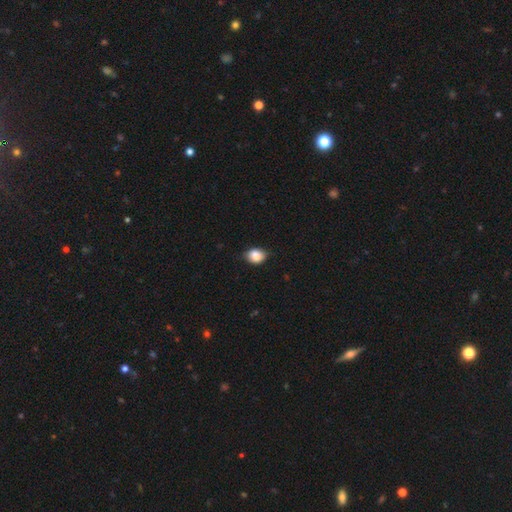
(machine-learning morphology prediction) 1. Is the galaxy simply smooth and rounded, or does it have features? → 83% smooth, 9% star or artifact, 8% featured or disk.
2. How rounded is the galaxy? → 60% in between, 39% round, 1% cigar-shaped.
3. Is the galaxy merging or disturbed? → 72% none, 23% minor disturbance, 4% major disturbance, 1% merger.